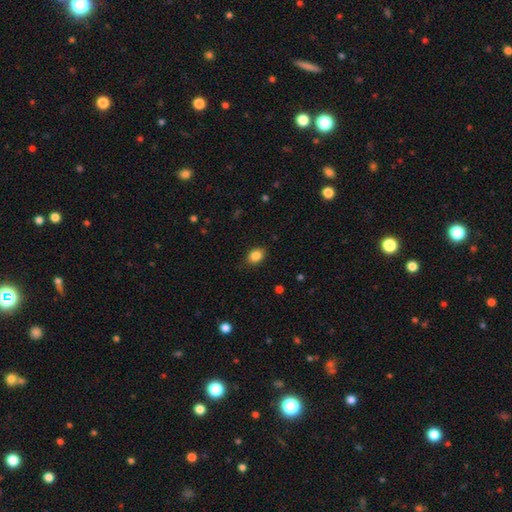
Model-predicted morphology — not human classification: smooth-or-featured: smooth: 85% | star or artifact: 9% | featured or disk: 5%
  how-rounded: in between: 64% | round: 35% | cigar-shaped: 1%
  merging: none: 85% | minor disturbance: 12% | major disturbance: 3% | merger: 1%